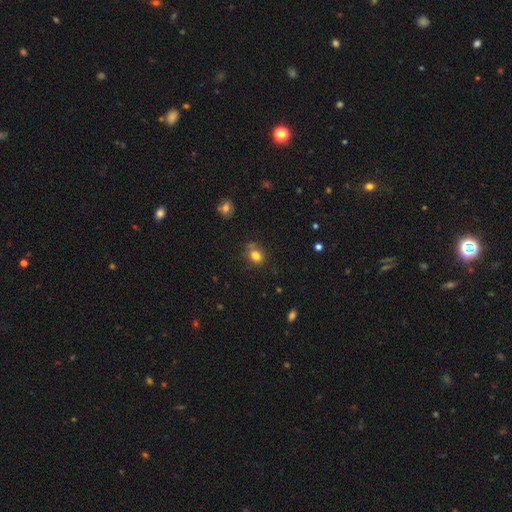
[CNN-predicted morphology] Smooth or featured: smooth — 79% (star or artifact — 13%)
How rounded: round — 55% (in between — 44%)
Merging: none — 70% (minor disturbance — 17%)